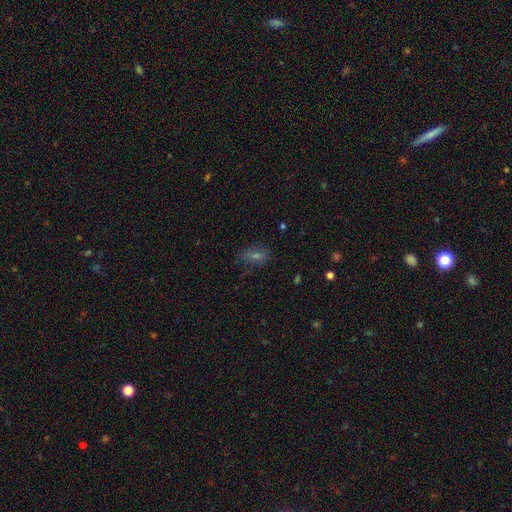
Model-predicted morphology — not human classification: smooth 48%, star or artifact 26%, featured or disk 25%. Down the decision tree: merging — none (71%).